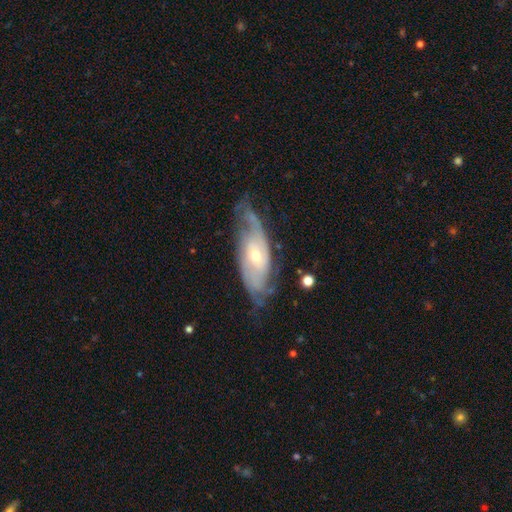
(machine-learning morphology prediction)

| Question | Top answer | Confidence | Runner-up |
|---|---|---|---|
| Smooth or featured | featured or disk | 79% | smooth (15%) |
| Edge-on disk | no | 86% | yes (14%) |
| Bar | no | 67% | weak (26%) |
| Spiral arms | yes | 89% | no (11%) |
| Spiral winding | tight | 48% | medium (35%) |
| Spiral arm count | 2 | 45% | can't tell (37%) |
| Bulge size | small | 50% | moderate (46%) |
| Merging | none | 64% | minor disturbance (24%) |